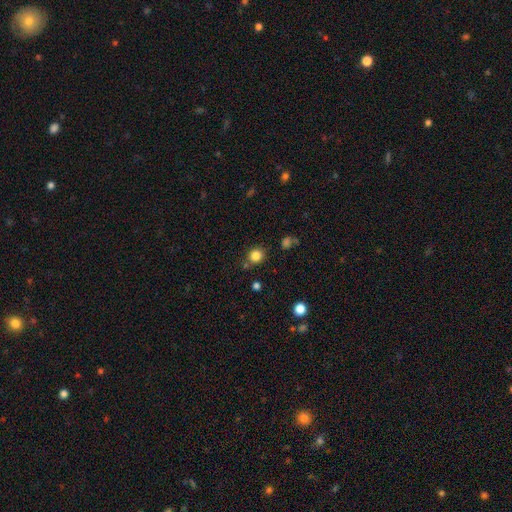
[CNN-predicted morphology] Smooth or featured?
  - smooth: 83% *
  - star or artifact: 13%
  - featured or disk: 5%
How rounded?
  - round: 87% *
  - in between: 12%
  - cigar-shaped: 1%
Merging?
  - none: 78% *
  - minor disturbance: 11%
  - merger: 7%
  - major disturbance: 4%